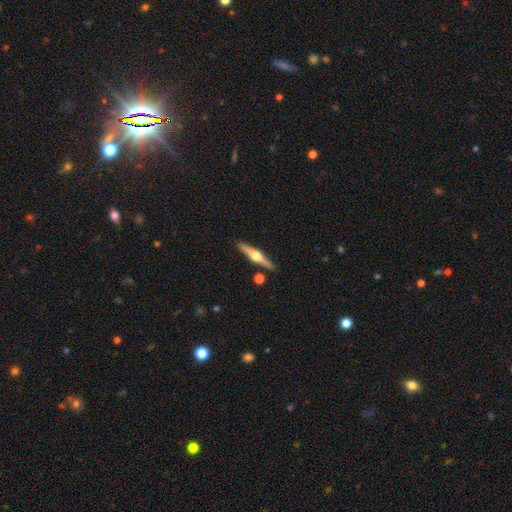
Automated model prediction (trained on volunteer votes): Smooth or featured?
  - featured or disk: 68% *
  - smooth: 27%
  - star or artifact: 5%
Edge-on disk?
  - yes: 97% *
  - no: 3%
Edge-on bulge?
  - rounded: 95% *
  - boxy: 2%
  - none: 2%
Merging?
  - none: 87% *
  - minor disturbance: 7%
  - merger: 4%
  - major disturbance: 2%